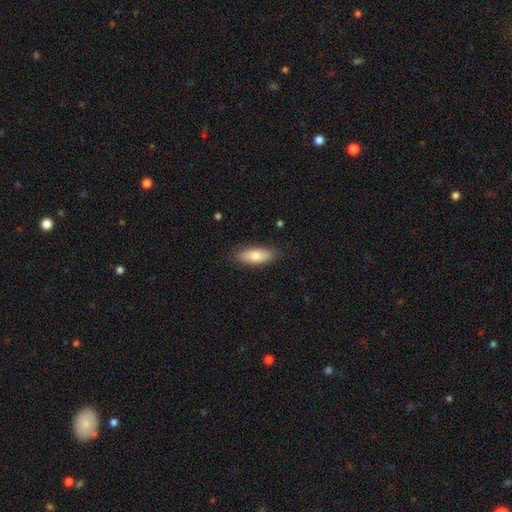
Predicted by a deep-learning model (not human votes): Smooth or featured? Predicted: smooth (p=0.77). How rounded? Predicted: in between (p=0.76). Merging? Predicted: none (p=0.86).